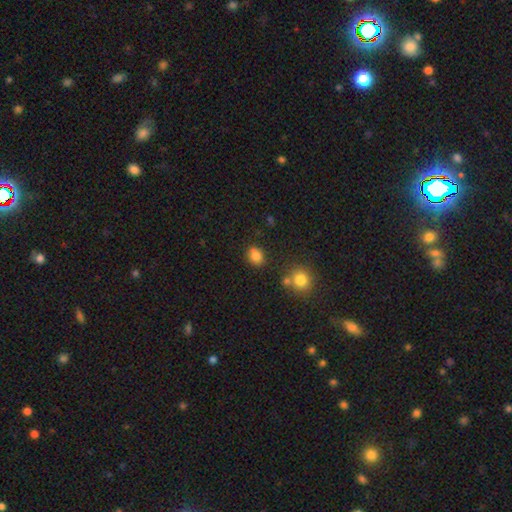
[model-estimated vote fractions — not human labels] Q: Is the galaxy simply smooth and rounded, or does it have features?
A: smooth — 82%.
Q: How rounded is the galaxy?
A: round — 55%.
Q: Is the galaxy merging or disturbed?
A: none — 78%.